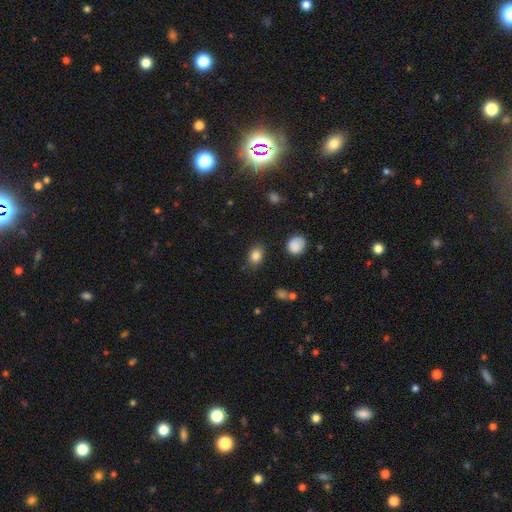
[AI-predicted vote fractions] Smooth or featured: smooth — 84% (star or artifact — 10%)
How rounded: in between — 69% (round — 30%)
Merging: none — 81% (minor disturbance — 13%)